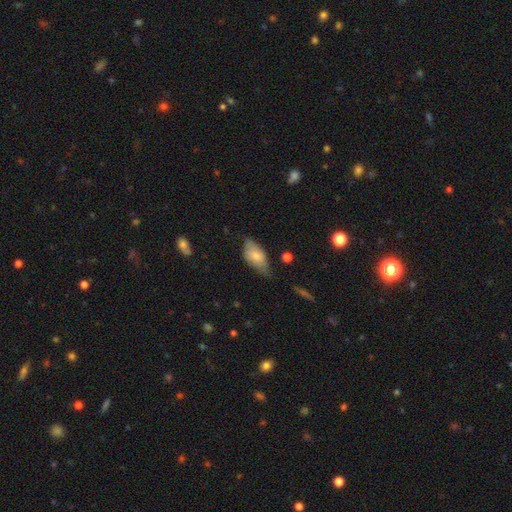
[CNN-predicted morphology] The model was most divided on "merging": none: 45%, minor disturbance: 42%, major disturbance: 10%, merger: 2%. More confident: how rounded — in between (91%); smooth or featured — smooth (65%).